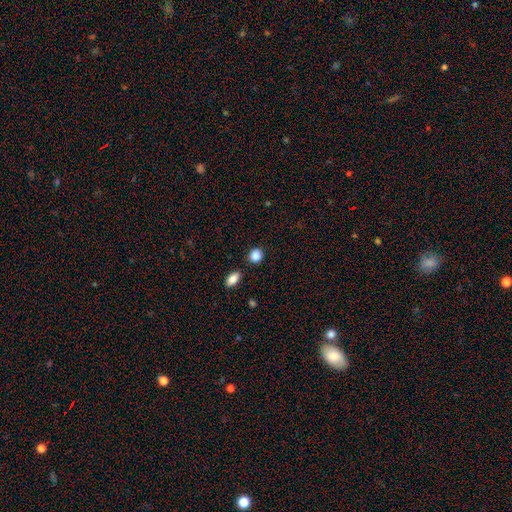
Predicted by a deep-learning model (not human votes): smooth-or-featured: smooth: 88% | star or artifact: 9% | featured or disk: 3%
  how-rounded: round: 76% | in between: 23% | cigar-shaped: 1%
  merging: none: 83% | minor disturbance: 10% | merger: 5% | major disturbance: 3%